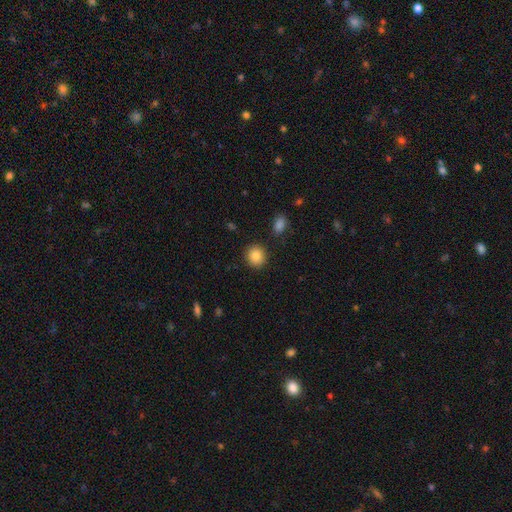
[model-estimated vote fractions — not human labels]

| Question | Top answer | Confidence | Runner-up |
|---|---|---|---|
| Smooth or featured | smooth | 86% | star or artifact (9%) |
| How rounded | round | 82% | in between (17%) |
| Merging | none | 89% | minor disturbance (7%) |